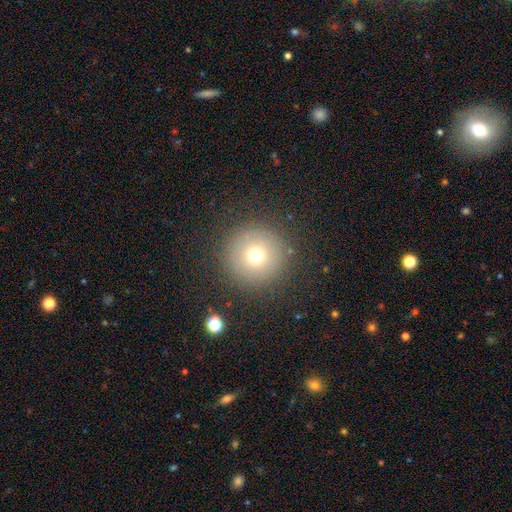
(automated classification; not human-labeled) This appears to be a smooth galaxy with no disk features (69%) that is round (96%). Merging: none (88%).